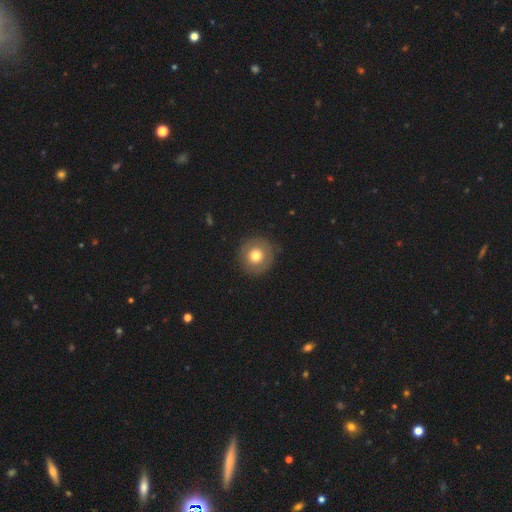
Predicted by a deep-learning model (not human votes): smooth 68%, featured or disk 23%, star or artifact 9%. Down the decision tree: how rounded — round (95%); merging — none (89%).